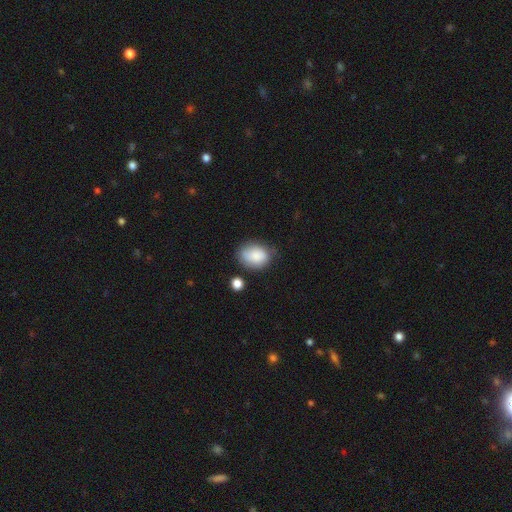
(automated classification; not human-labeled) Smooth or featured? smooth (83%)
How rounded? in between (68%)
Merging? none (61%)